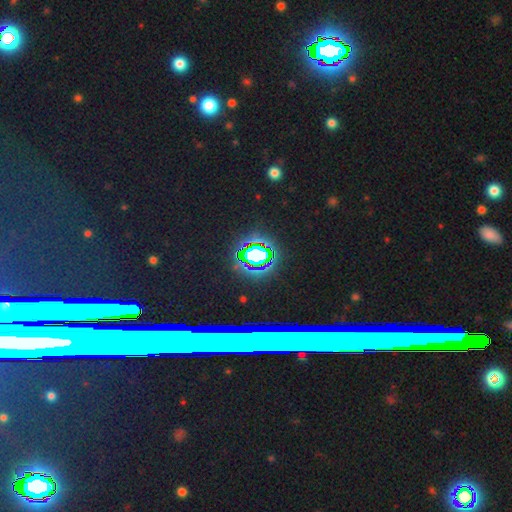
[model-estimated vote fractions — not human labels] A star or artifact, not a galaxy (65%).

Vote fractions:
- Smooth or featured? star or artifact: 65% / smooth: 20% / featured or disk: 15%